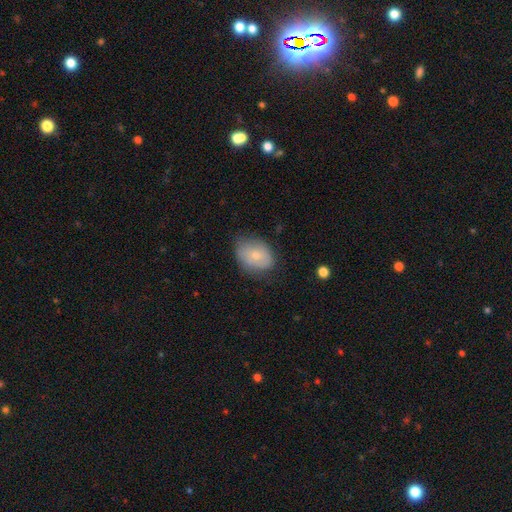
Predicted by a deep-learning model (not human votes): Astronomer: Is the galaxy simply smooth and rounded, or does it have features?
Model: smooth — 68%.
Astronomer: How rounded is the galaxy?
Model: in between — 70%.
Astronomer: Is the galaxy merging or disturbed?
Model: none — 67%.